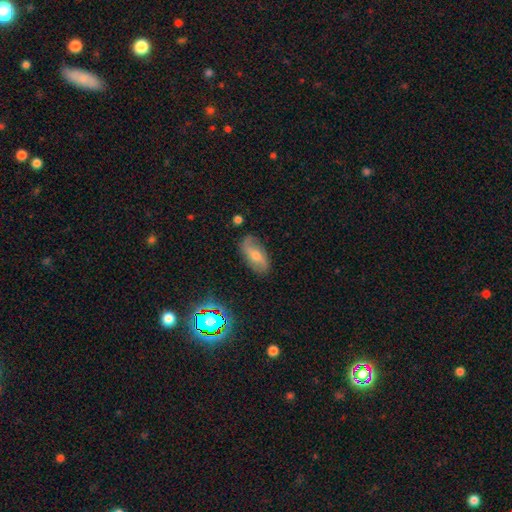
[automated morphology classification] Smooth or featured? Predicted: featured or disk (p=0.49). Merging? Predicted: none (p=0.74).